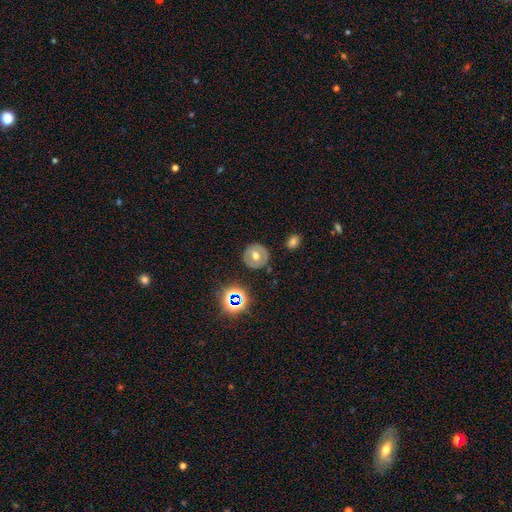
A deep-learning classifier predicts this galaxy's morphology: A smooth galaxy with no disk features (48%). Merging: none (86%).